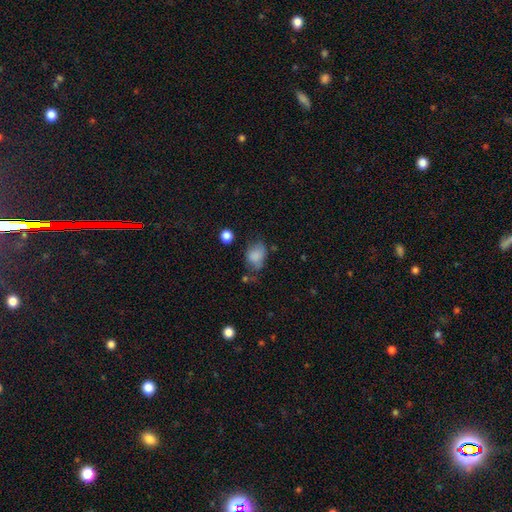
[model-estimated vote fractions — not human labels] Morphology: type=smooth (81%); roundness=in between (64%); merging=none (46%).